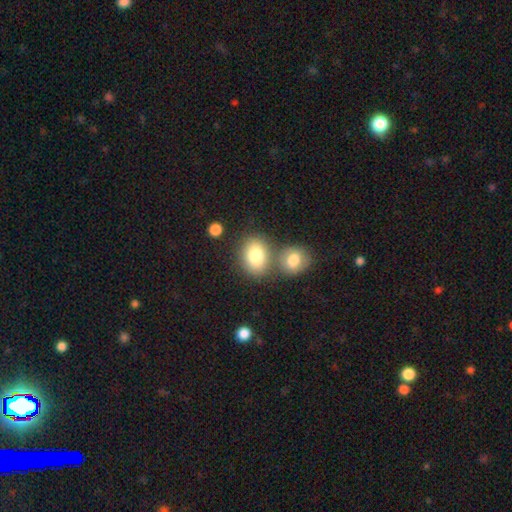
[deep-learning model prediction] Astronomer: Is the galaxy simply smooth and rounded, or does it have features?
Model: smooth — 82%.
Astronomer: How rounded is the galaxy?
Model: in between — 58% (runner-up: round, 41%).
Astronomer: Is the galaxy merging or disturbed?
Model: none — 55% (runner-up: merger, 32%).